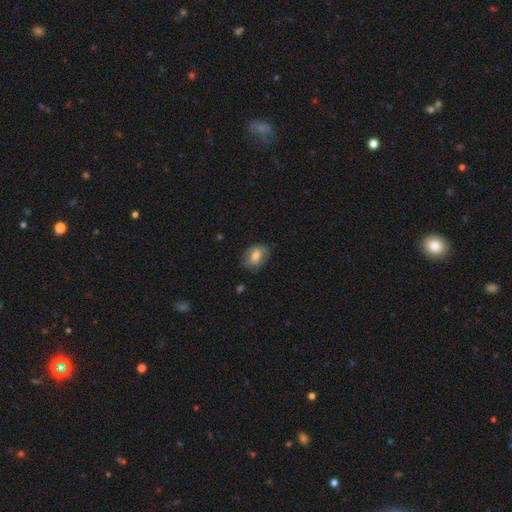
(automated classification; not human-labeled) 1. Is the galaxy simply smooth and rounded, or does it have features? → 67% smooth, 25% featured or disk, 8% star or artifact.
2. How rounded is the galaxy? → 76% in between, 23% round, 1% cigar-shaped.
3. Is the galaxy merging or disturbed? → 73% none, 20% minor disturbance, 6% major disturbance, 1% merger.